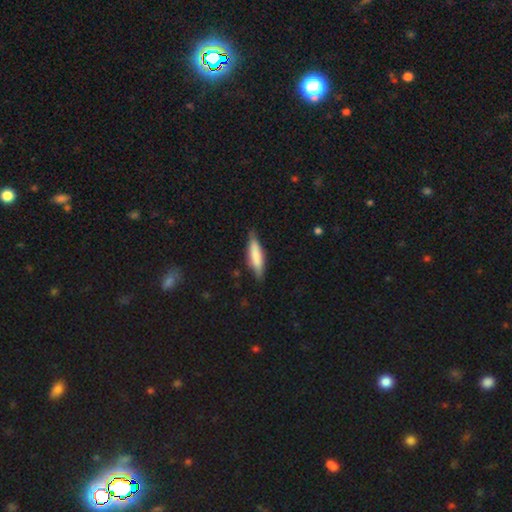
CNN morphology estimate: Smooth or featured: smooth — 71% (featured or disk — 23%)
How rounded: cigar-shaped — 68% (in between — 30%)
Merging: none — 78% (minor disturbance — 17%)